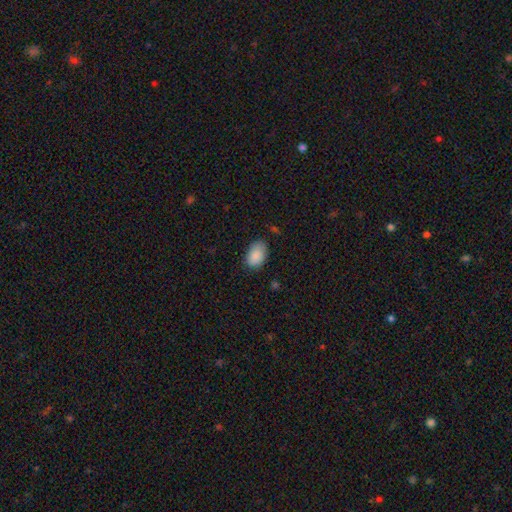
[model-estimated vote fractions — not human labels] smooth_or_featured: smooth (p=0.88) [alt: star or artifact p=0.07]
how_rounded: in between (p=0.87) [alt: round p=0.12]
merging: none (p=0.74) [alt: minor disturbance p=0.20]